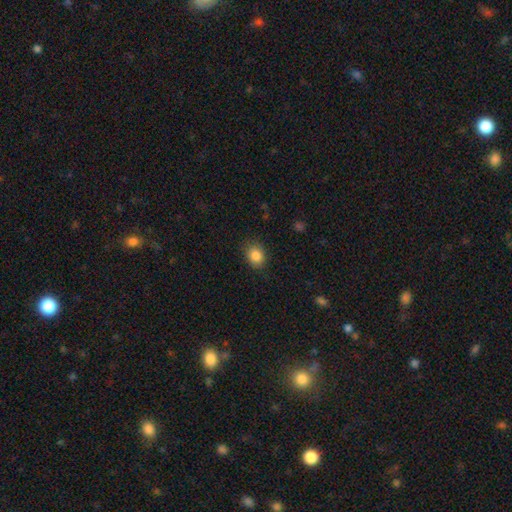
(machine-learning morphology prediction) smooth-or-featured: smooth: 86% | star or artifact: 9% | featured or disk: 5%
  how-rounded: in between: 51% | round: 48% | cigar-shaped: 1%
  merging: none: 83% | minor disturbance: 13% | major disturbance: 3% | merger: 1%